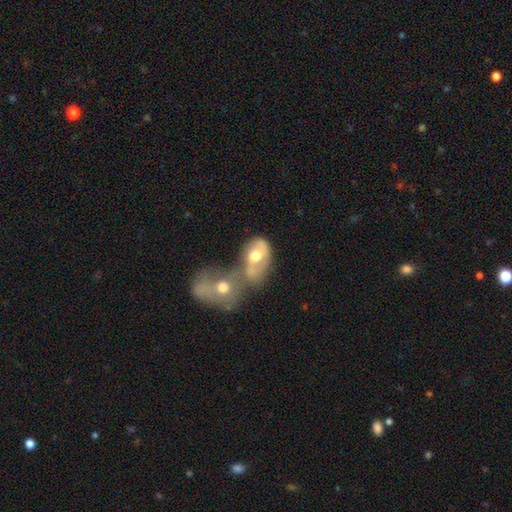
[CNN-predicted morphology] This appears to be a smooth galaxy with no disk features (49%). Merging: merger (66%).